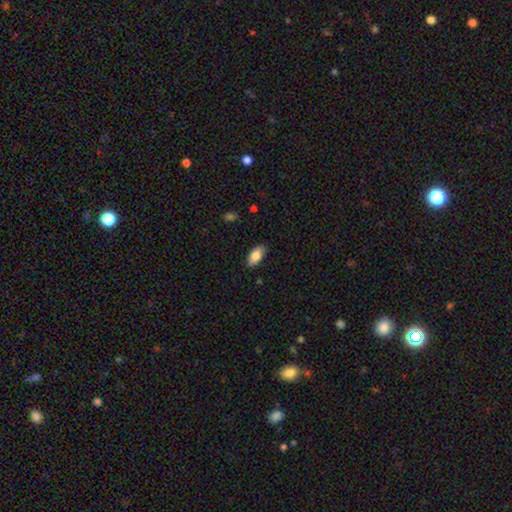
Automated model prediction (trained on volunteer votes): Overall: smooth (81%). How rounded: in between (91%). Merging: none (86%).